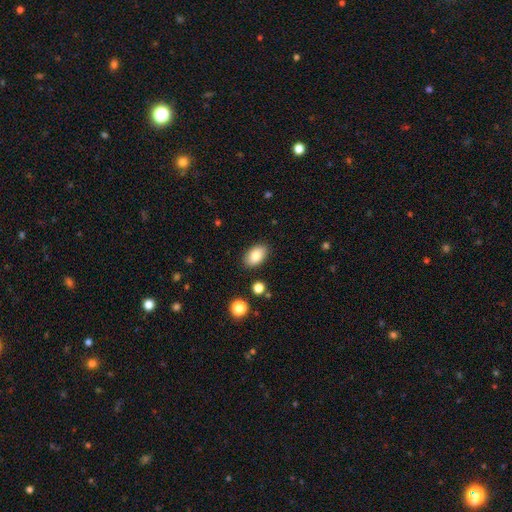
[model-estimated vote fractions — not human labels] Overall: smooth (84%). How rounded: in between (92%). Merging: none (87%).